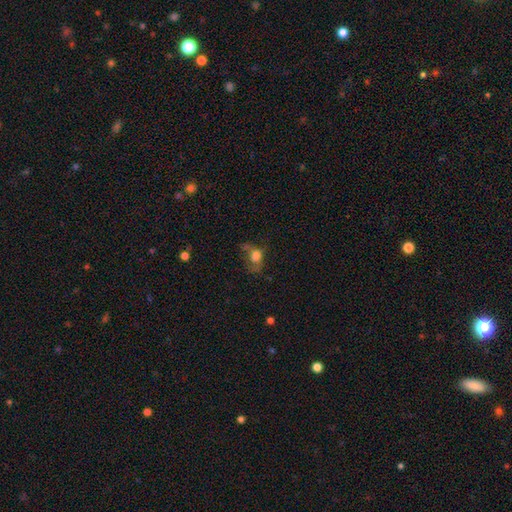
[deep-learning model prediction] Morphology: type=smooth (62%); roundness=in between (59%); merging=major disturbance (43%).